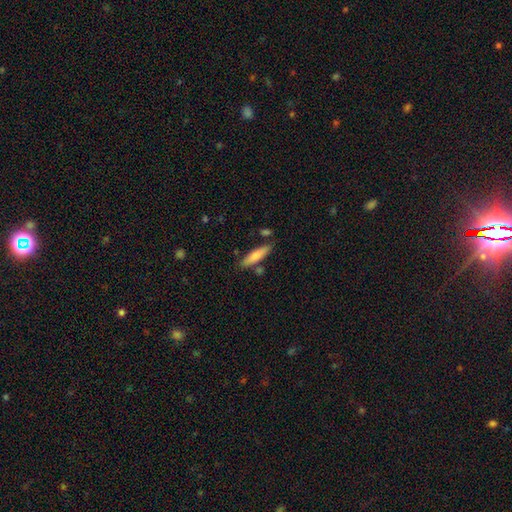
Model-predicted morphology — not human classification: The model was most divided on "how rounded": cigar-shaped: 74%, in between: 24%, round: 2%. More confident: smooth or featured — smooth (79%); merging — none (78%).